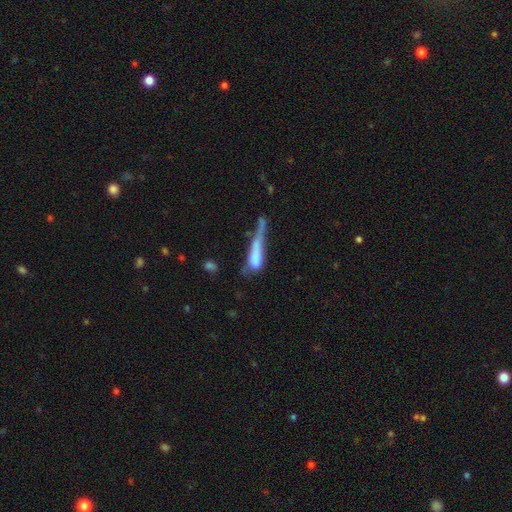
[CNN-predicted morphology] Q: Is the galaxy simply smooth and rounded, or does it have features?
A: smooth — 63%.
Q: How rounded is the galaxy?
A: cigar-shaped — 72%.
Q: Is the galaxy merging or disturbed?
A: major disturbance — 40%.